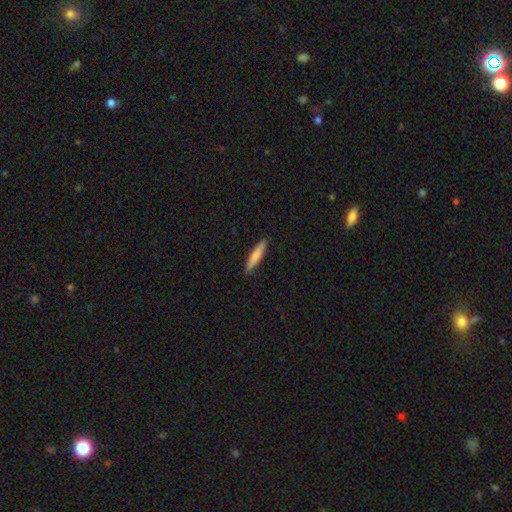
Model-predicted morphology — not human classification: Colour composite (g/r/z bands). It shows a smooth galaxy with no disk features (76%) that is cigar-shaped (90%). Merging: none (90%).